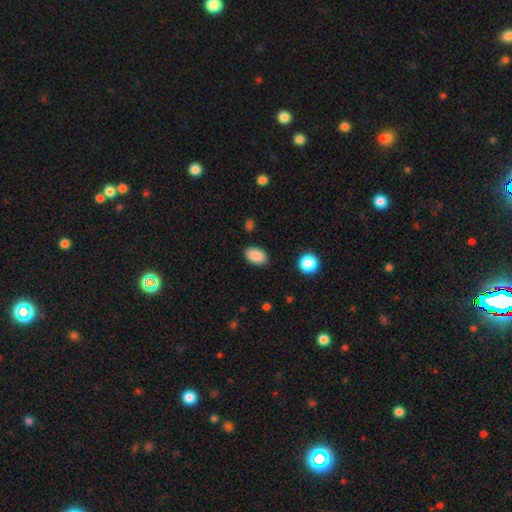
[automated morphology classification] Smooth or featured: smooth — 89% (star or artifact — 8%)
How rounded: in between — 89% (round — 10%)
Merging: none — 86% (minor disturbance — 10%)